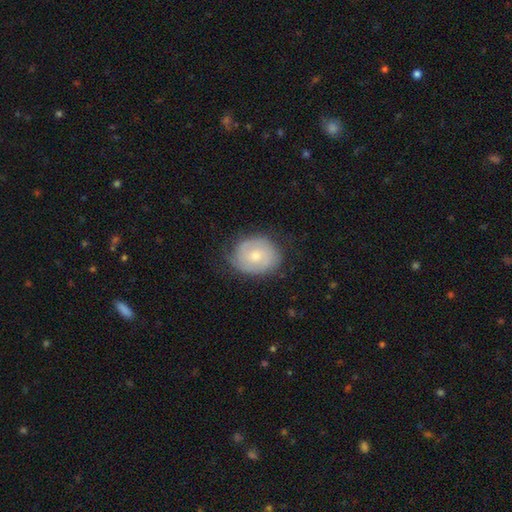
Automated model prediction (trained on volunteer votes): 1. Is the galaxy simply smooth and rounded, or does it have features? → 57% featured or disk, 37% smooth, 6% star or artifact.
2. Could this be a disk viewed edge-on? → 97% no, 3% yes.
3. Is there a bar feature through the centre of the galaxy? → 70% no, 26% weak, 4% strong.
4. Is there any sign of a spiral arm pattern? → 79% yes, 21% no.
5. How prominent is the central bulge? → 53% moderate, 42% small, 2% large, 1% none, 1% dominant.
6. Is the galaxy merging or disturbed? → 72% none, 21% minor disturbance, 6% major disturbance, 1% merger.